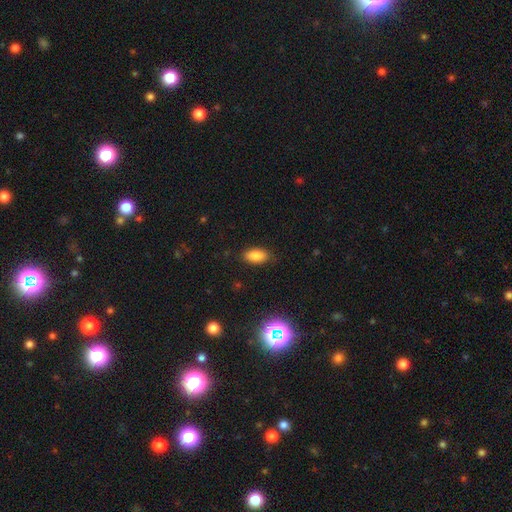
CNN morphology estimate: This is clearly a smooth galaxy (84%). How rounded: clearly in between (91%). Merging: clearly none (86%).